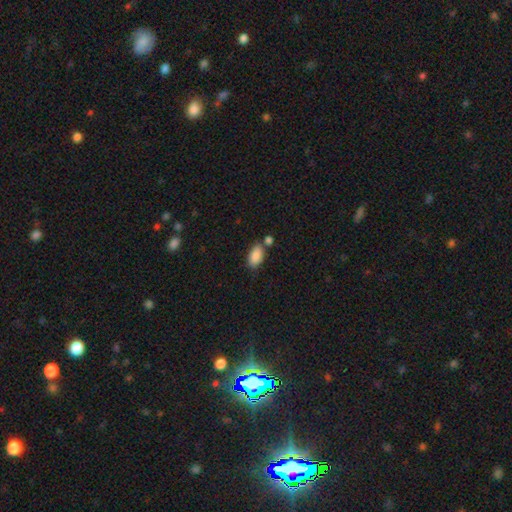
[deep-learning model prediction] A smooth galaxy with no disk features (88%) that is in between round and cigar-shaped (93%). Merging: none (67%).